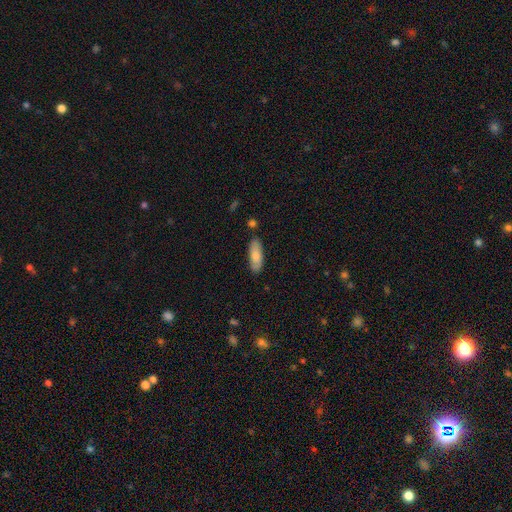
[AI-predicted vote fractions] Morphology: type=smooth (78%); roundness=in between (63%); merging=none (82%).